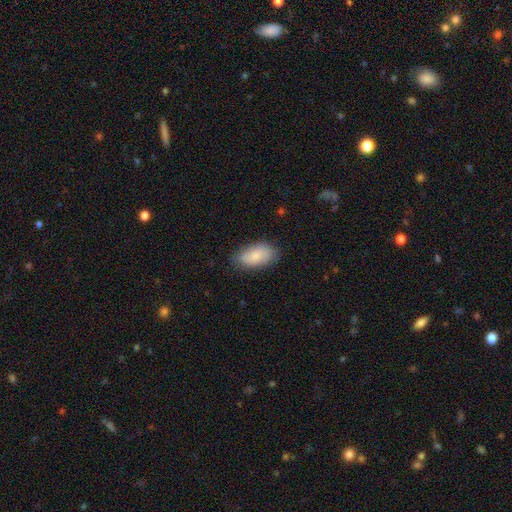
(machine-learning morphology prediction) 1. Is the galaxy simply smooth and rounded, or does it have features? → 79% smooth, 14% featured or disk, 6% star or artifact.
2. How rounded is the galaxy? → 94% in between, 4% round, 3% cigar-shaped.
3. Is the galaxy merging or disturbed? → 75% none, 20% minor disturbance, 4% major disturbance, 1% merger.